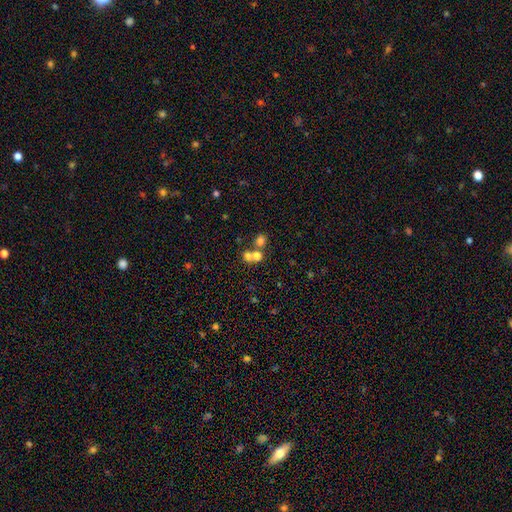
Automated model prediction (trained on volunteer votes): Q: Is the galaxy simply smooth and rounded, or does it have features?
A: smooth — 67%.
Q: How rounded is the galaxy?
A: round — 80%.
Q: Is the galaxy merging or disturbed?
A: merger — 54%.